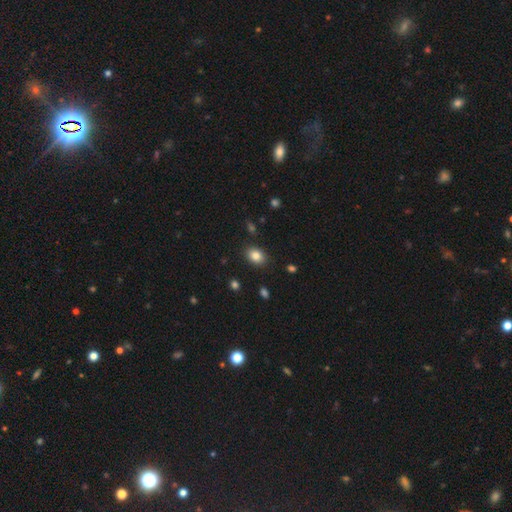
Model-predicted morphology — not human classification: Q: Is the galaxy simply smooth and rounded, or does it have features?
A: smooth — 84%.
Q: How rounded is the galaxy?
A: in between — 71%.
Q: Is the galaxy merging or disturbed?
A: none — 87%.